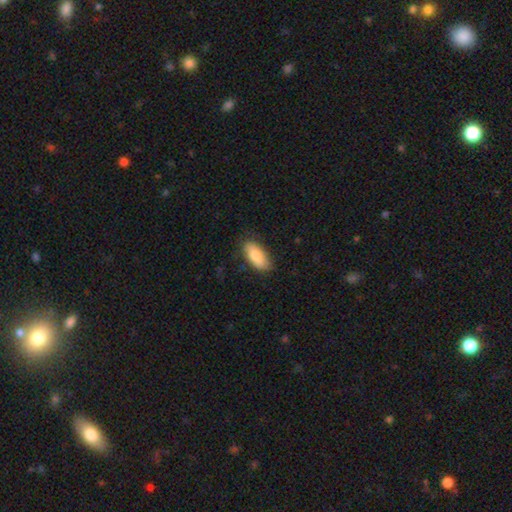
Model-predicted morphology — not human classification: Q: Smooth or featured?
A: smooth (83%); runner-up: featured or disk (11%)
Q: How rounded?
A: in between (88%); runner-up: cigar-shaped (10%)
Q: Merging?
A: none (81%); runner-up: minor disturbance (15%)